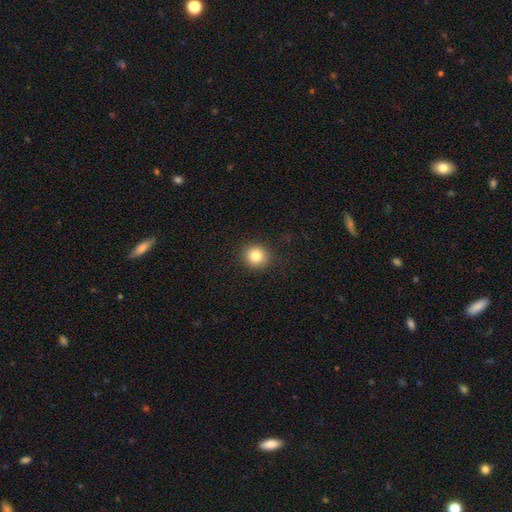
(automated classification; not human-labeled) Overall: smooth (82%). How rounded: round (90%). Merging: none (91%).